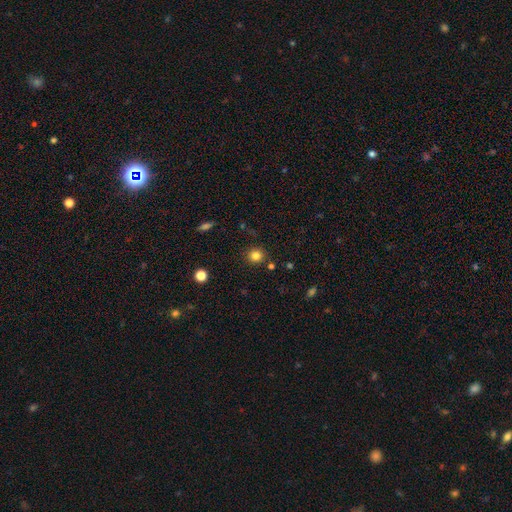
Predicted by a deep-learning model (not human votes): A smooth galaxy with no disk features (81%) that is round (91%).

Vote fractions:
- Smooth or featured? smooth: 81% / star or artifact: 13% / featured or disk: 6%
- How rounded? round: 91% / in between: 8% / cigar-shaped: 1%
- Merging? none: 88% / minor disturbance: 7% / merger: 3% / major disturbance: 2%